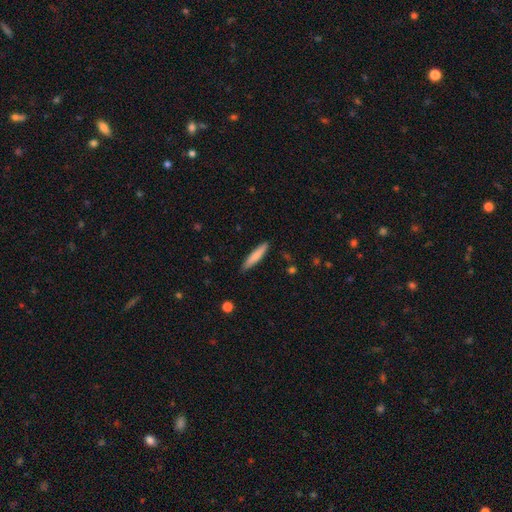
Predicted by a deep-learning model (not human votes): This appears to be a smooth galaxy with no disk features (80%) that is cigar-shaped (88%). Merging: none (88%).